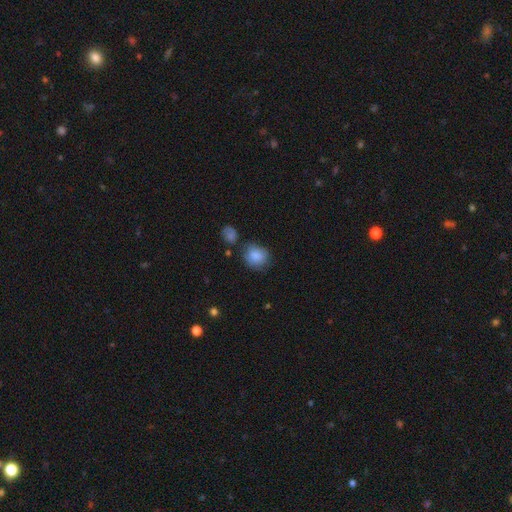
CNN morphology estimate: type=smooth (85%); roundness=round (76%); merging=none (65%).